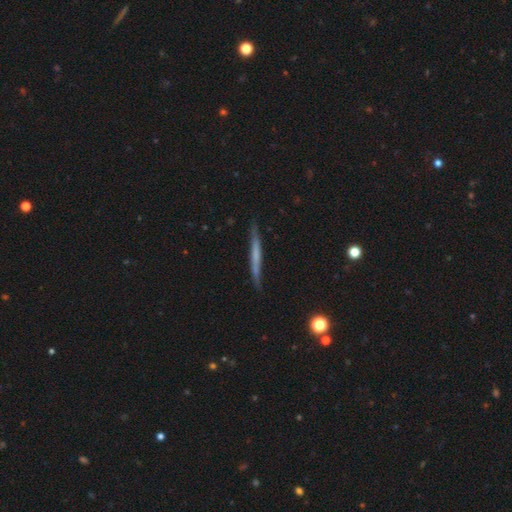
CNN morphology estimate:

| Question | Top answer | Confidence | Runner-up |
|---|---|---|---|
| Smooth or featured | featured or disk | 49% | smooth (44%) |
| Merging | none | 86% | minor disturbance (11%) |